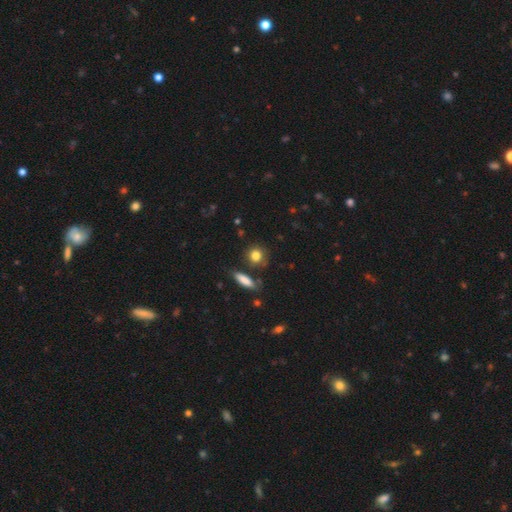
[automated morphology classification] Smooth or featured?
  - smooth: 83% *
  - star or artifact: 9%
  - featured or disk: 8%
How rounded?
  - round: 73% *
  - in between: 22%
  - cigar-shaped: 5%
Merging?
  - none: 77% *
  - minor disturbance: 13%
  - merger: 7%
  - major disturbance: 4%